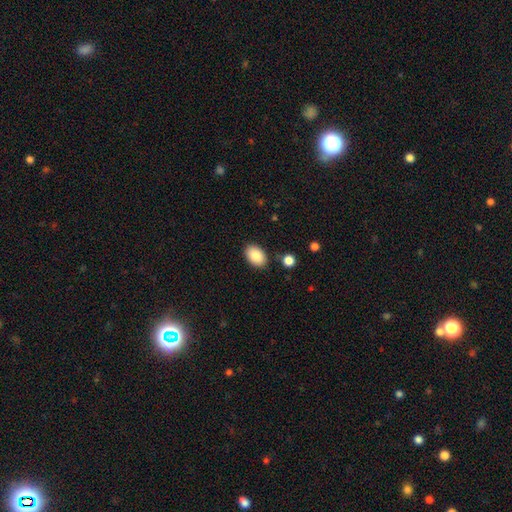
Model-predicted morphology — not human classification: smooth_or_featured: smooth (p=0.87) [alt: star or artifact p=0.07]
how_rounded: in between (p=0.89) [alt: round p=0.10]
merging: none (p=0.85) [alt: minor disturbance p=0.10]